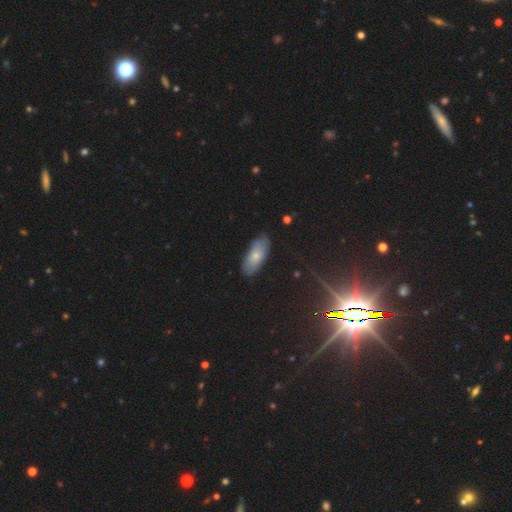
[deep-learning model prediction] Overall: smooth (66%). How rounded: in between (81%). Merging: none (77%).